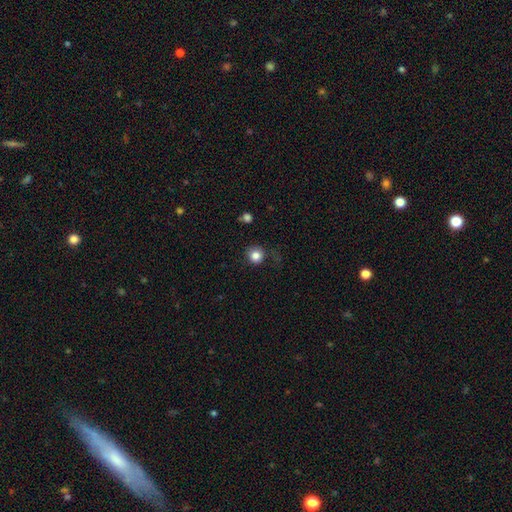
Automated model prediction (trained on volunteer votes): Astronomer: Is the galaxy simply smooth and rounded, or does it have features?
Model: smooth — 83%.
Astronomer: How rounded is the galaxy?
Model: round — 91%.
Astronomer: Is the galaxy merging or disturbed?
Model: none — 76%.